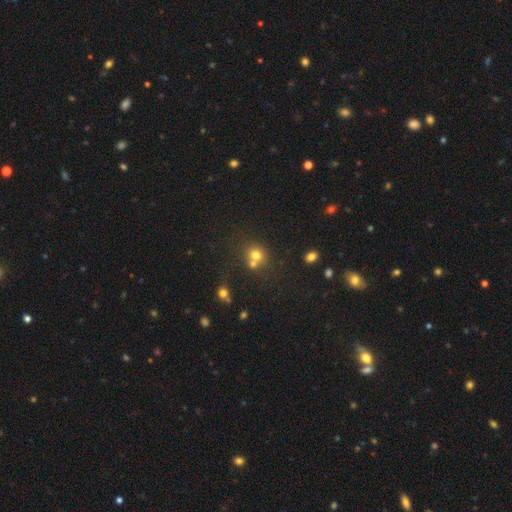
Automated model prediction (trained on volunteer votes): Smooth or featured? Predicted: smooth (p=0.72). How rounded? Predicted: round (p=0.78). Merging? Predicted: none (p=0.48).